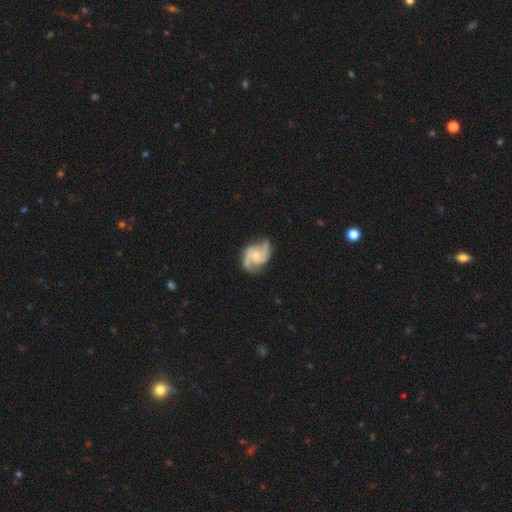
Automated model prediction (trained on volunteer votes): Smooth or featured?
  - featured or disk: 88% *
  - smooth: 7%
  - star or artifact: 5%
Edge-on disk?
  - no: 98% *
  - yes: 2%
Bar?
  - no: 66% *
  - weak: 29%
  - strong: 5%
Spiral arms?
  - yes: 97% *
  - no: 3%
Spiral winding?
  - medium: 54% *
  - tight: 25%
  - loose: 22%
Spiral arm count?
  - 2: 64% *
  - 3: 24%
  - can't tell: 5%
  - 4: 3%
  - 1: 2%
  - more than 4: 2%
Bulge size?
  - small: 47% * (tied)
  - moderate: 47% * (tied)
  - none: 3%
  - large: 2%
  - dominant: 1%
Merging?
  - none: 72% *
  - minor disturbance: 20%
  - major disturbance: 7%
  - merger: 2%